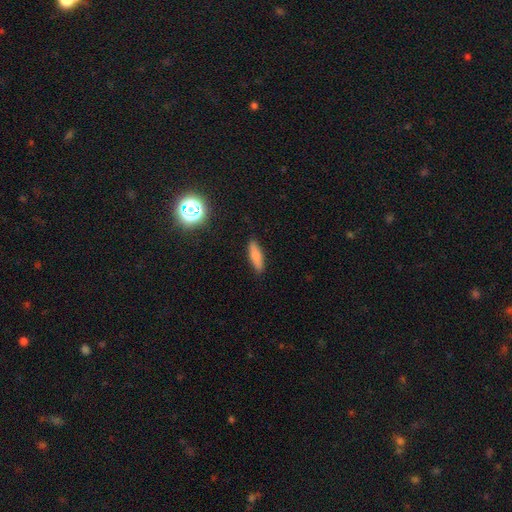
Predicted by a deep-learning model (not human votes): A smooth galaxy with no disk features (77%) that is cigar-shaped (57%).

Vote fractions:
- Smooth or featured? smooth: 77% / featured or disk: 14% / star or artifact: 9%
- How rounded? cigar-shaped: 57% / in between: 40% / round: 2%
- Merging? none: 87% / minor disturbance: 9% / major disturbance: 2% / merger: 1%